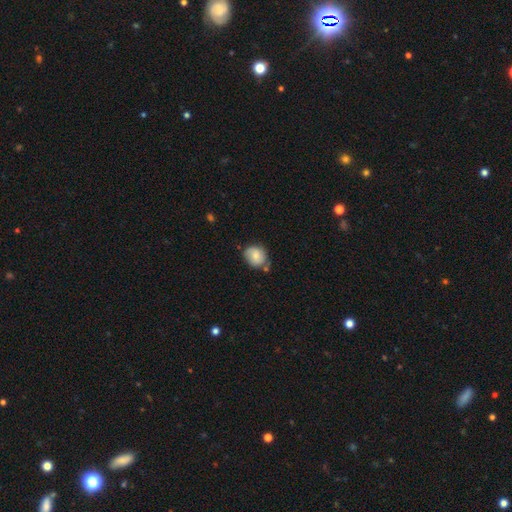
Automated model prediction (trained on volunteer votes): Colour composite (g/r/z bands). It shows a smooth galaxy with no disk features (73%) that is round (62%). Merging: none (63%).